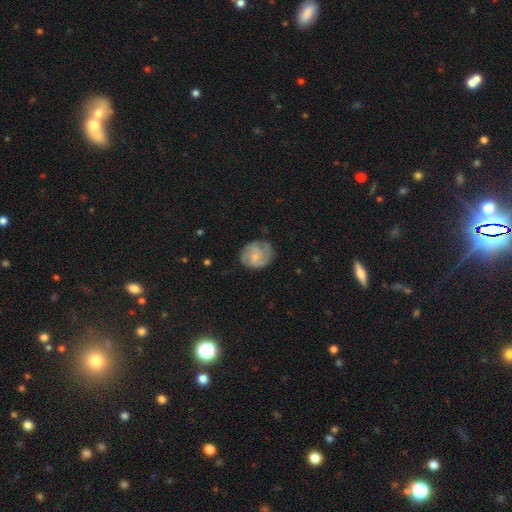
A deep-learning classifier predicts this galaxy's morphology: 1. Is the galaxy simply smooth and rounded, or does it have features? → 54% featured or disk, 39% smooth, 7% star or artifact.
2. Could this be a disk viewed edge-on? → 98% no, 2% yes.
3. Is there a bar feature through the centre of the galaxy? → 63% no, 32% weak, 5% strong.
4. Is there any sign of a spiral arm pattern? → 84% yes, 16% no.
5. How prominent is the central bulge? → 51% small, 26% moderate, 19% none, 2% large, 1% dominant.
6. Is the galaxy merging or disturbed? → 69% none, 22% minor disturbance, 8% major disturbance, 1% merger.